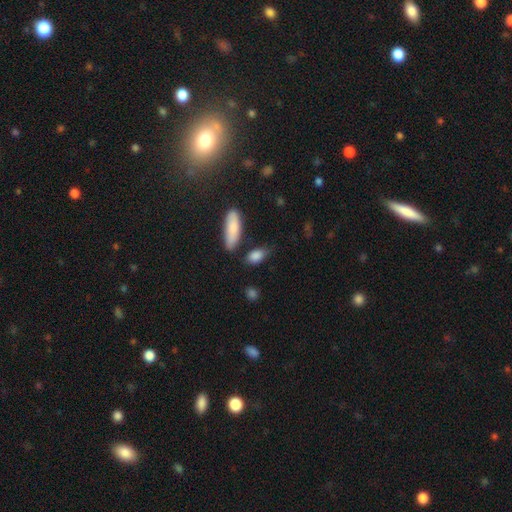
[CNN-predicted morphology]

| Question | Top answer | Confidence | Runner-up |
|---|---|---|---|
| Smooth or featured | smooth | 87% | star or artifact (7%) |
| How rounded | in between | 81% | cigar-shaped (11%) |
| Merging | none | 68% | minor disturbance (19%) |